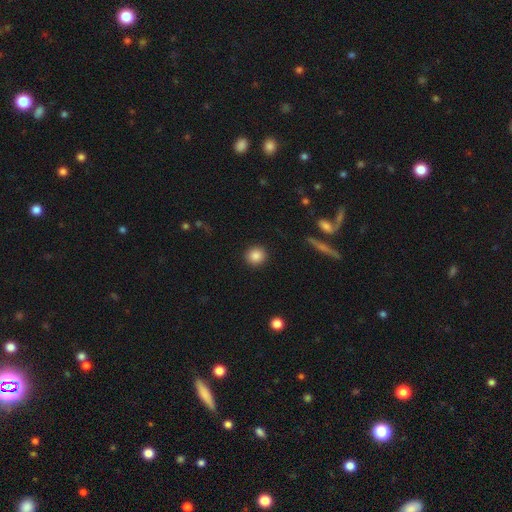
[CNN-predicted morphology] Overall: smooth (87%). How rounded: round (90%). Merging: none (91%).